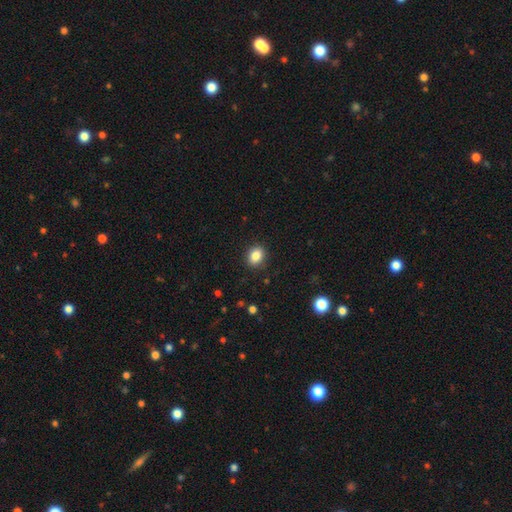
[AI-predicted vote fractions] Smooth or featured: smooth — 85% (star or artifact — 10%)
How rounded: in between — 52% (round — 47%)
Merging: none — 89% (minor disturbance — 7%)